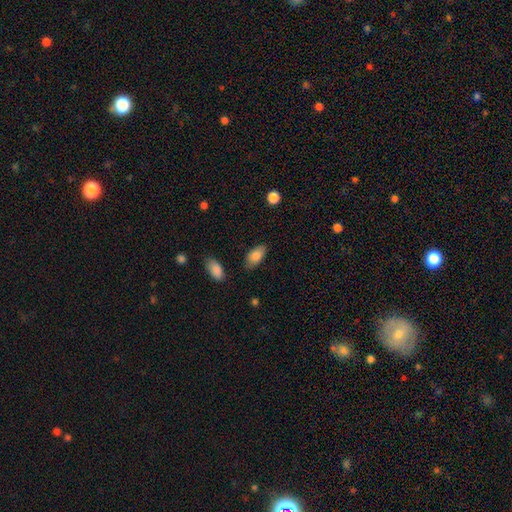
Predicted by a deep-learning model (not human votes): Smooth or featured? Predicted: smooth (p=0.82). How rounded? Predicted: in between (p=0.92). Merging? Predicted: none (p=0.82).